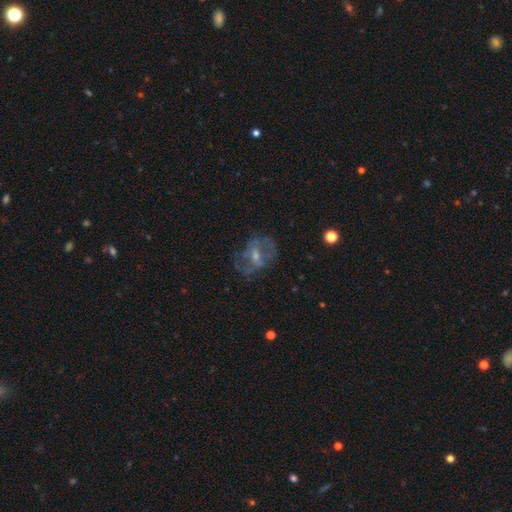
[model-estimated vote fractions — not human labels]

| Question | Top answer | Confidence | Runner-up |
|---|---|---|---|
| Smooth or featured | featured or disk | 61% | smooth (26%) |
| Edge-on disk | no | 95% | yes (5%) |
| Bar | weak | 43% | no (39%) |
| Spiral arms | no | 53% | yes (47%) |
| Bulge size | small | 47% | moderate (40%) |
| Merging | none | 61% | minor disturbance (19%) |